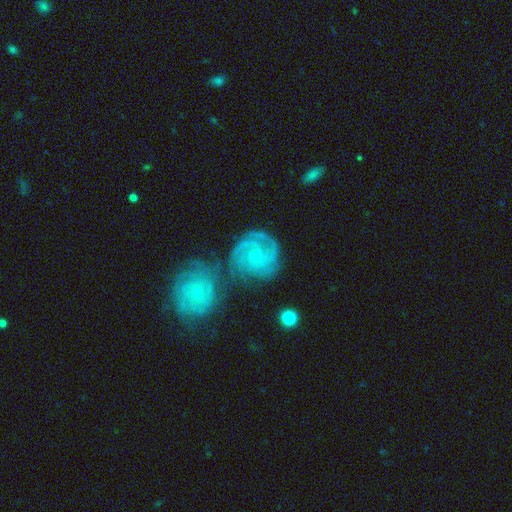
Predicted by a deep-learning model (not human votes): Morphology: type=featured or disk (85%); edge-on=no (98%); bar=no (76%); spiral arms=yes (97%); winding=tight (70%); arm count=3 (41%); bulge=small (85%); merging=none (53%).